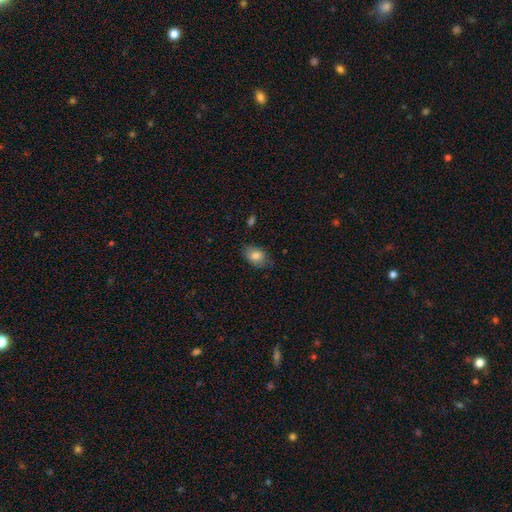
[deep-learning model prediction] smooth-or-featured: smooth: 82% | featured or disk: 10% | star or artifact: 8%
  how-rounded: in between: 80% | round: 19% | cigar-shaped: 1%
  merging: none: 75% | minor disturbance: 20% | major disturbance: 4% | merger: 1%